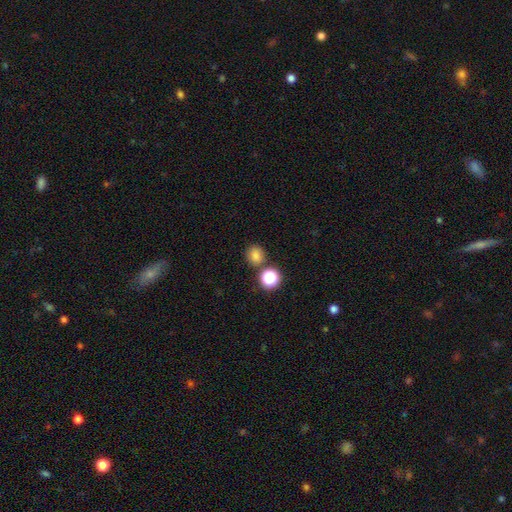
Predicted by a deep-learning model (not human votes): A smooth galaxy with no disk features (78%) that is round (81%). Merging: none (77%).